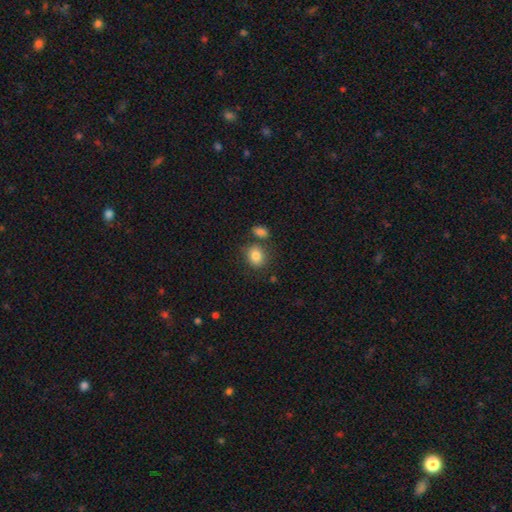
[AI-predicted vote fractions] Smooth or featured? Predicted: smooth (p=0.83). How rounded? Predicted: round (p=0.61). Merging? Predicted: none (p=0.70).